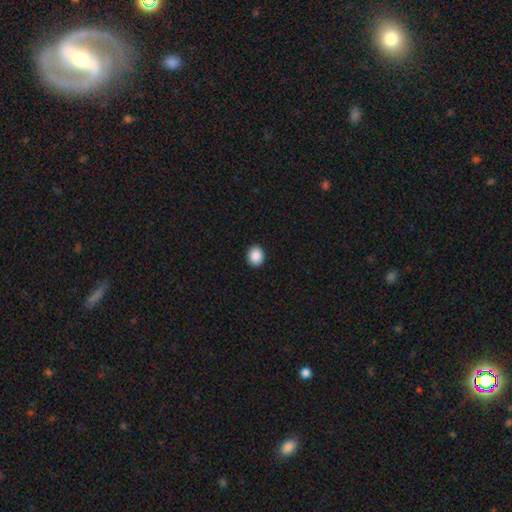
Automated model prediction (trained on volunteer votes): Q: Smooth or featured?
A: smooth (89%); runner-up: star or artifact (8%)
Q: How rounded?
A: round (67%); runner-up: in between (32%)
Q: Merging?
A: none (92%); runner-up: minor disturbance (5%)